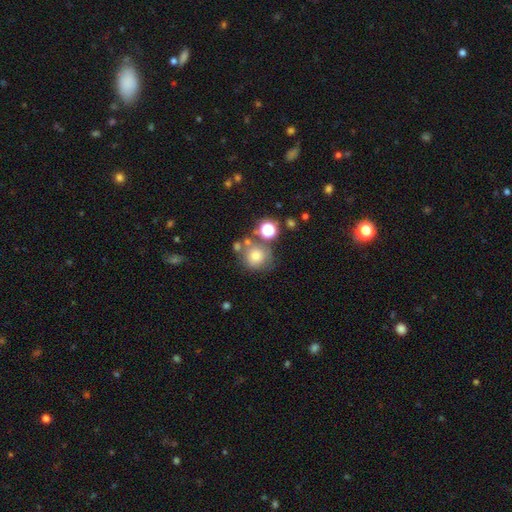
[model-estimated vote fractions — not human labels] Smooth or featured?
  - smooth: 71% *
  - star or artifact: 15%
  - featured or disk: 14%
How rounded?
  - round: 88% *
  - in between: 11%
  - cigar-shaped: 1%
Merging?
  - none: 60% *
  - merger: 19%
  - minor disturbance: 14%
  - major disturbance: 7%